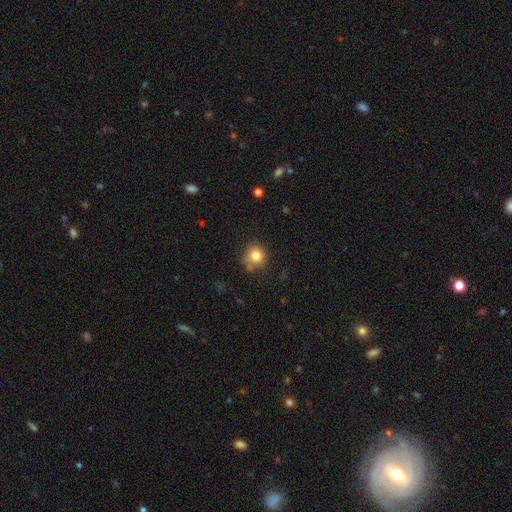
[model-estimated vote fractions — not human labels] The model was most divided on "merging": none: 70%, minor disturbance: 17%, merger: 8%, major disturbance: 5%. More confident: how rounded — round (87%); smooth or featured — smooth (81%).